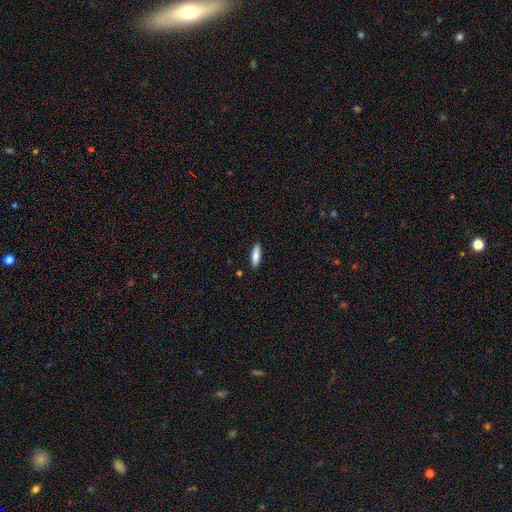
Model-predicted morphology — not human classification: type=smooth (83%); roundness=in between (53%); merging=none (87%).